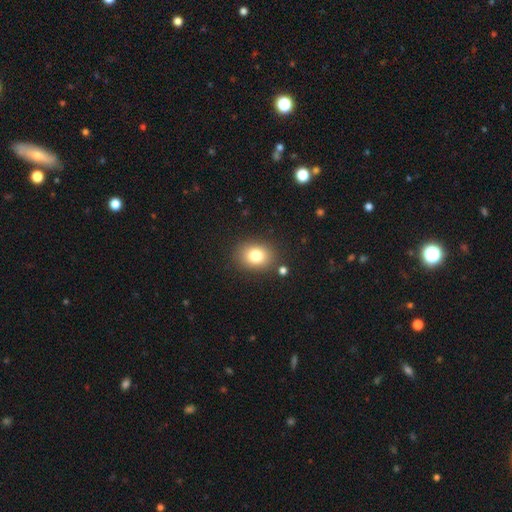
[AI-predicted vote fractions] A smooth galaxy with no disk features (79%) that is in between round and cigar-shaped (50%).

Vote fractions:
- Smooth or featured? smooth: 79% / star or artifact: 12% / featured or disk: 9%
- How rounded? in between: 50% / round: 49% / cigar-shaped: 1%
- Merging? none: 85% / minor disturbance: 9% / merger: 3% / major disturbance: 3%